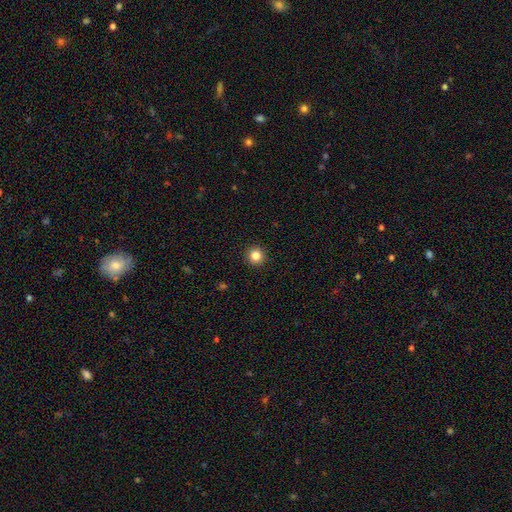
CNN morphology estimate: Smooth or featured? Predicted: smooth (p=0.84). How rounded? Predicted: round (p=0.95). Merging? Predicted: none (p=0.93).